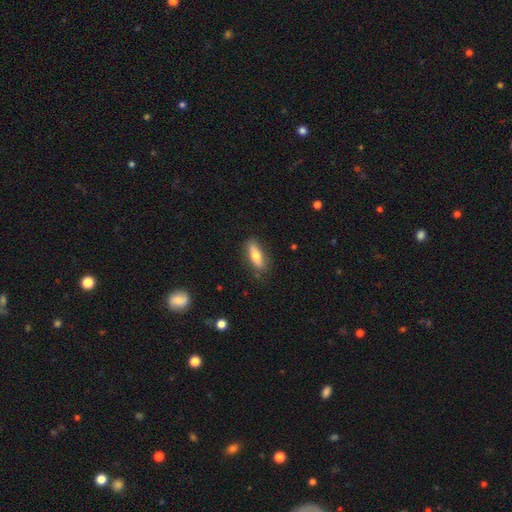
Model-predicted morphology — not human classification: Smooth or featured? Predicted: smooth (p=0.63). How rounded? Predicted: in between (p=0.52). Merging? Predicted: none (p=0.83).